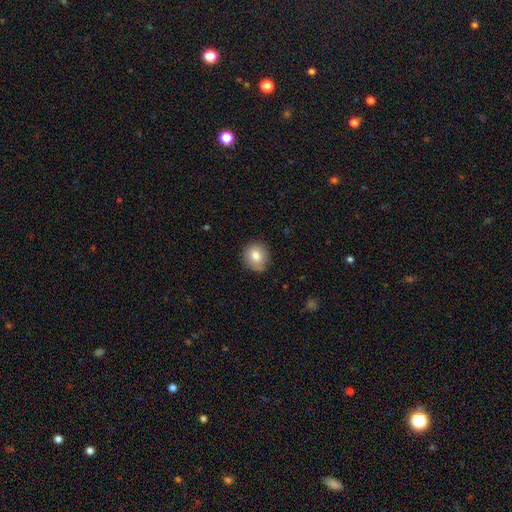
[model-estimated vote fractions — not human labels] smooth_or_featured: smooth (p=0.80) [alt: featured or disk p=0.11]
how_rounded: round (p=0.83) [alt: in between p=0.16]
merging: none (p=0.82) [alt: minor disturbance p=0.14]